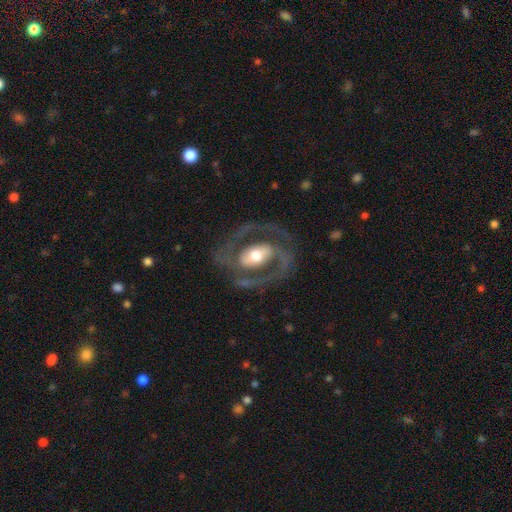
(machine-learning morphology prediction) A featured or disk galaxy (85%) with a strong bar (38%), 2 (88%) medium (52%) spiral arms (82%) and a moderate central bulge (63%).

Vote fractions:
- Smooth or featured? featured or disk: 85% / smooth: 11% / star or artifact: 4%
- Edge-on disk? no: 96% / yes: 4%
- Bar? strong: 38% / weak: 31% / no: 31%
- Spiral arms? yes: 82% / no: 18%
- Spiral winding? medium: 52% / tight: 32% / loose: 16%
- Spiral arm count? 2: 88% / can't tell: 5% / 1: 4% / 3: 2% / 4: 1% / more than 4: 1%
- Bulge size? moderate: 63% / large: 23% / small: 10% / dominant: 2% / none: 1%
- Merging? none: 72% / major disturbance: 13% / minor disturbance: 13% / merger: 2%